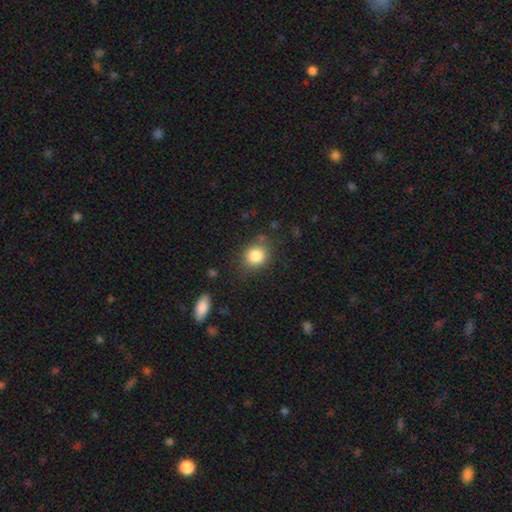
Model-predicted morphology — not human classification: smooth-or-featured: smooth: 84% | star or artifact: 10% | featured or disk: 6%
  how-rounded: round: 69% | in between: 30% | cigar-shaped: 1%
  merging: none: 78% | minor disturbance: 15% | major disturbance: 5% | merger: 3%